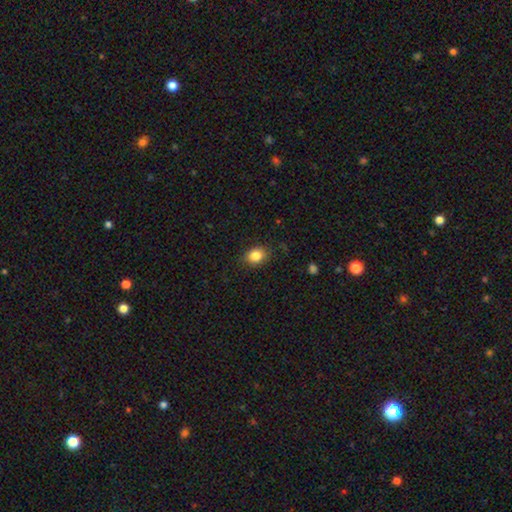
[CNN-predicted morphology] This is clearly a smooth galaxy (85%). How rounded: possibly in between (54%). Merging: clearly none (83%).